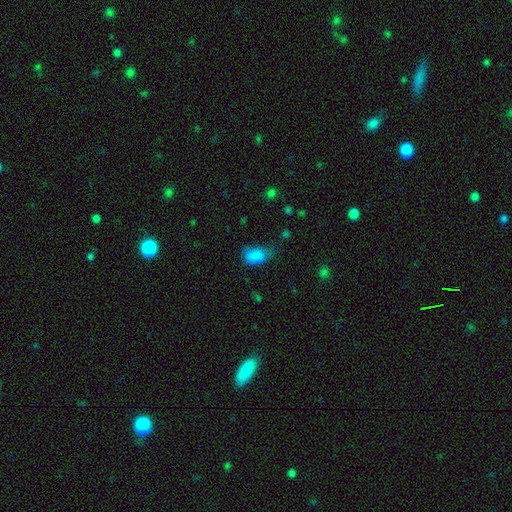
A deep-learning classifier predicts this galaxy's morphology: Smooth or featured? smooth (84%)
How rounded? in between (85%)
Merging? minor disturbance (39%)